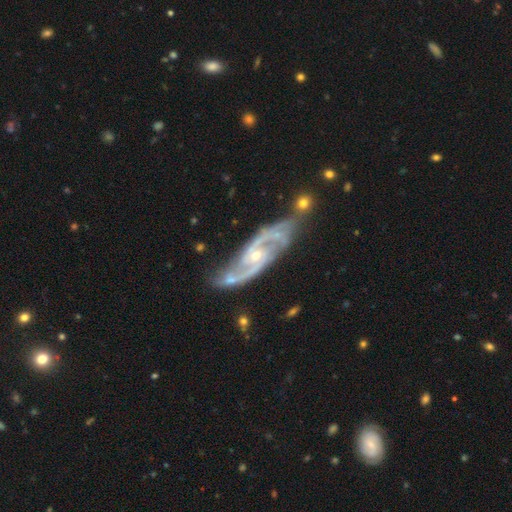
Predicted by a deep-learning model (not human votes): smooth-or-featured: featured or disk: 91% | star or artifact: 5% | smooth: 4%
  disk-edge-on: no: 91% | yes: 9%
    bar: no: 49% | weak: 37% | strong: 15%
    has-spiral-arms: yes: 98% | no: 2%
      spiral-winding: medium: 55% | tight: 26% | loose: 20%
      spiral-arm-count: 2: 80% | 3: 8% | can't tell: 5% | 4: 2% | 1: 2% | more than 4: 2%
    bulge-size: small: 66% | moderate: 31% | none: 2% | large: 1% | dominant: 1%
  merging: none: 61% | minor disturbance: 22% | merger: 9% | major disturbance: 8%